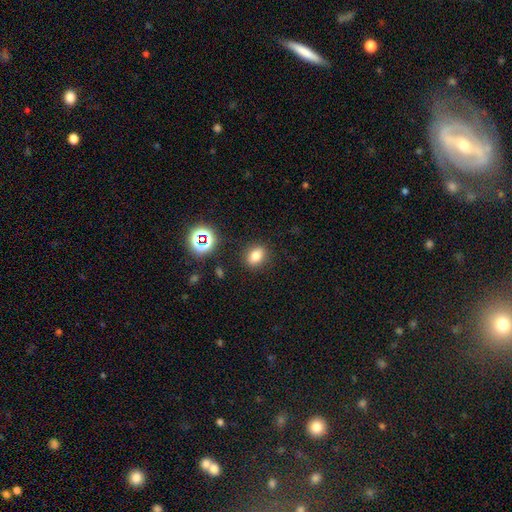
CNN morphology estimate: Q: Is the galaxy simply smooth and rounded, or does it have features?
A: smooth — 75%.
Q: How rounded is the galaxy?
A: in between — 60%.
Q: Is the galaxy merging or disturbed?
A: none — 86%.